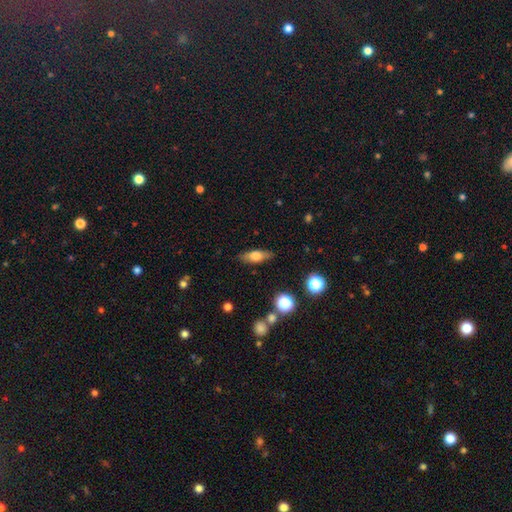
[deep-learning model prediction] Morphology: type=smooth (60%); roundness=in between (58%); merging=none (85%).